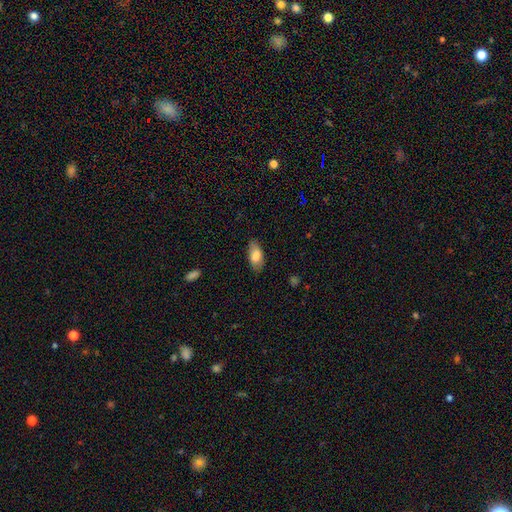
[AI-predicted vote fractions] Smooth or featured? smooth (80%)
How rounded? in between (88%)
Merging? none (78%)